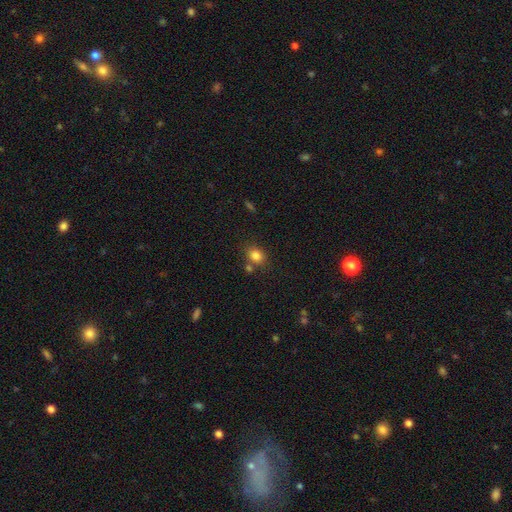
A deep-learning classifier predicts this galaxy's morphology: smooth_or_featured: smooth (p=0.82) [alt: star or artifact p=0.11]
how_rounded: round (p=0.53) [alt: in between p=0.46]
merging: none (p=0.69) [alt: merger p=0.15]